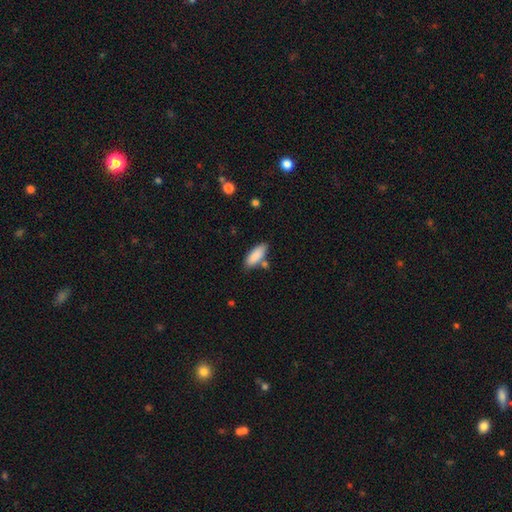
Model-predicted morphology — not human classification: A smooth galaxy with no disk features (87%) that is in between round and cigar-shaped (71%). Merging: none (73%).